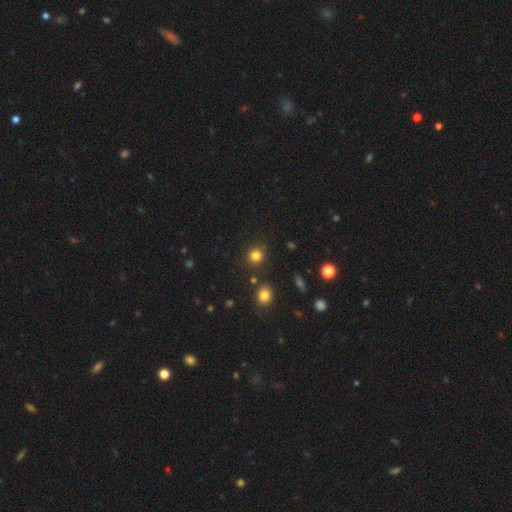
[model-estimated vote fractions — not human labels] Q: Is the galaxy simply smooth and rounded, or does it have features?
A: smooth — 81%.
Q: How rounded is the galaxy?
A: round — 90%.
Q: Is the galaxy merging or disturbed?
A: none — 86%.